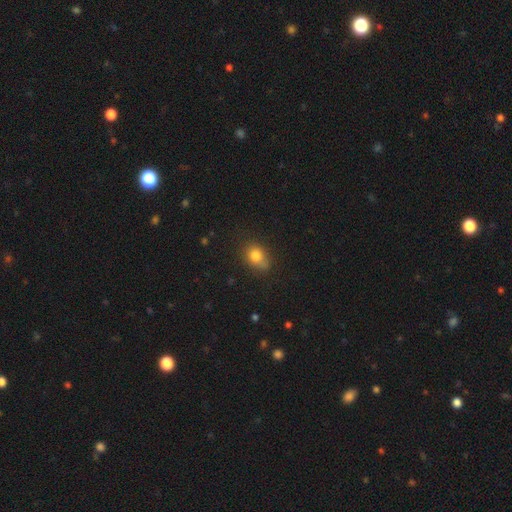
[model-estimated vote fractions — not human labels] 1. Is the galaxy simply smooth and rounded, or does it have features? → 80% smooth, 11% star or artifact, 9% featured or disk.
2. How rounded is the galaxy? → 59% in between, 39% round, 2% cigar-shaped.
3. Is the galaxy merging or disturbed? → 57% none, 29% minor disturbance, 8% major disturbance, 6% merger.